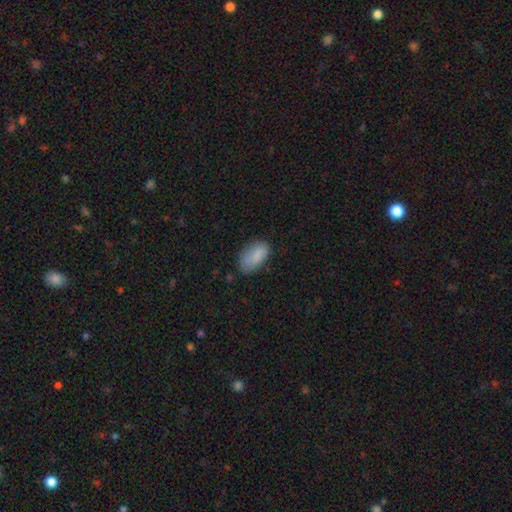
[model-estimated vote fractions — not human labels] Smooth or featured? smooth (84%)
How rounded? in between (93%)
Merging? none (64%)